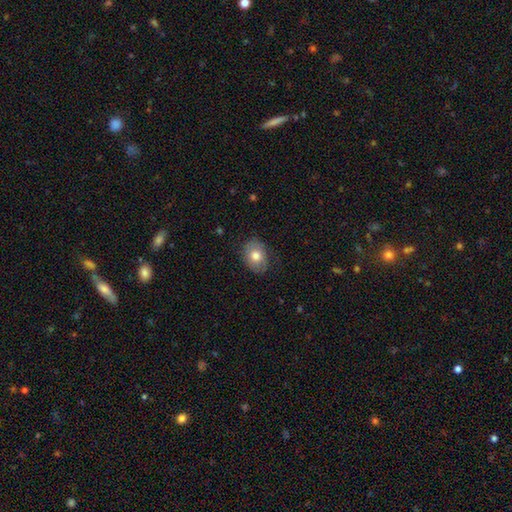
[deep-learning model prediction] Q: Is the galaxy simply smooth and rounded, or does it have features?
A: smooth — 75%.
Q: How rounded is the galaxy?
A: in between — 65%.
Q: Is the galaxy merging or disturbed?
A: none — 80%.